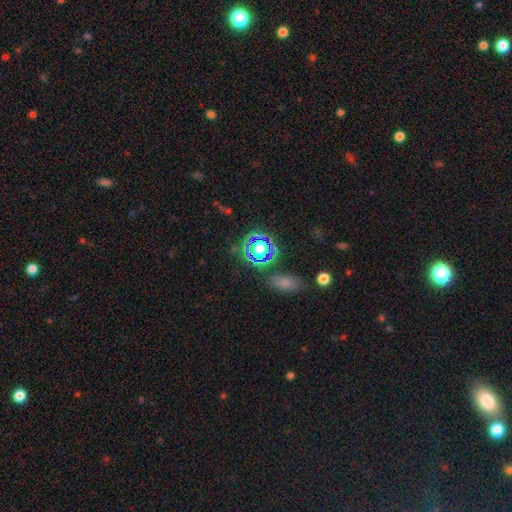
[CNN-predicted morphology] This is possibly a star or artifact rather than a galaxy (57%).